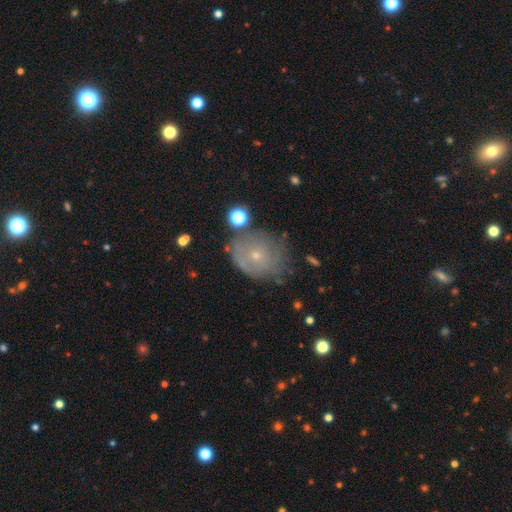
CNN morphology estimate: smooth_or_featured: featured or disk (p=0.44) [alt: smooth p=0.43]
merging: none (p=0.63) [alt: minor disturbance p=0.24]